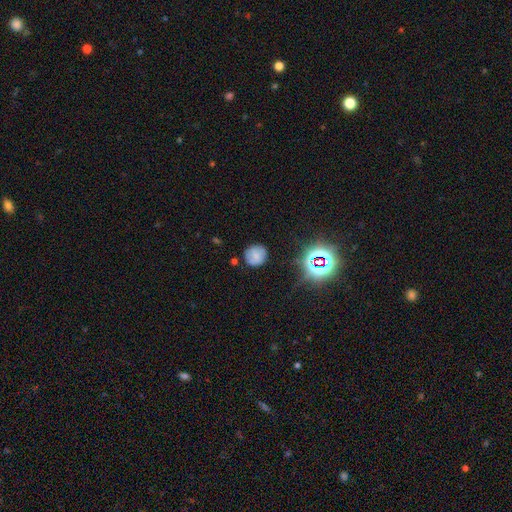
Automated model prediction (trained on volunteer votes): This is likely a smooth galaxy (67%). How rounded: clearly round (85%). Merging: likely none (76%).